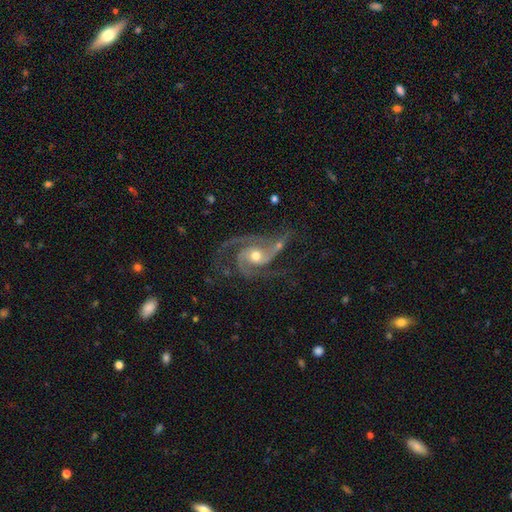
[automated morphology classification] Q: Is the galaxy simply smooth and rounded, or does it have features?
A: featured or disk — 91%.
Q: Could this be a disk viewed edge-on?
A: no — 98%.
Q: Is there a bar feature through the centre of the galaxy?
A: no — 68%.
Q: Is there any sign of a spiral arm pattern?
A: yes — 98%.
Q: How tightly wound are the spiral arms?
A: medium — 56%.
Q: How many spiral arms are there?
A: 3 — 46%.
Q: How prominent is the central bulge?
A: moderate — 68%.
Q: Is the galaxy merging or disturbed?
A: none — 54%.